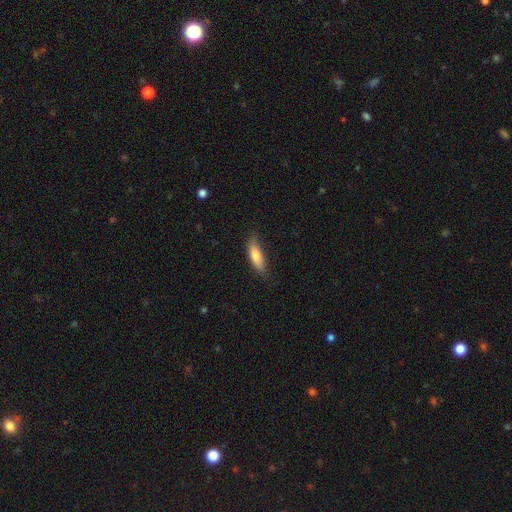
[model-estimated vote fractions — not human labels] Q: Smooth or featured?
A: smooth (78%); runner-up: featured or disk (15%)
Q: How rounded?
A: cigar-shaped (51%); runner-up: in between (47%)
Q: Merging?
A: none (76%); runner-up: minor disturbance (19%)